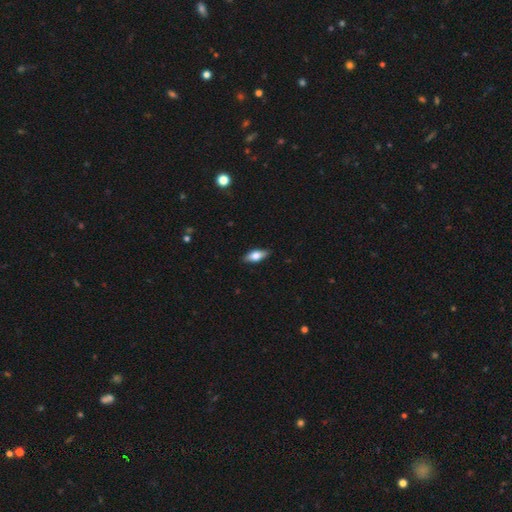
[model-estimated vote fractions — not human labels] Smooth or featured? smooth (68%)
How rounded? in between (78%)
Merging? none (87%)